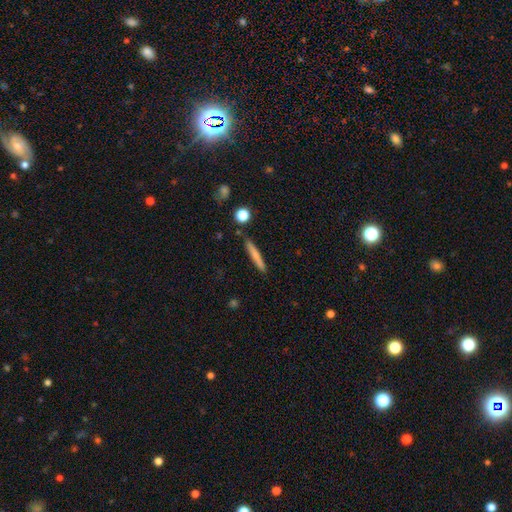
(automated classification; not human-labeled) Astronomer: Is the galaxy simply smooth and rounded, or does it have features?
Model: smooth — 70%.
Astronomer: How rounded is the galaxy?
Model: cigar-shaped — 94%.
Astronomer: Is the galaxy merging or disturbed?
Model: none — 87%.